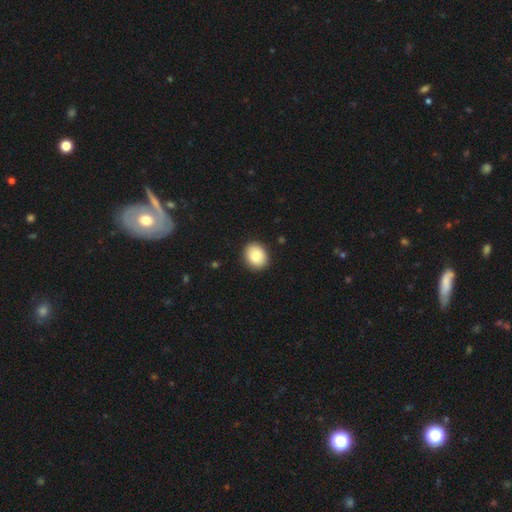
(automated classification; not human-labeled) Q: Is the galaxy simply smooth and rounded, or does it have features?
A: smooth — 80%.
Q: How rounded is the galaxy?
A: round — 63%.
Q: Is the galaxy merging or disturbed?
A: none — 91%.